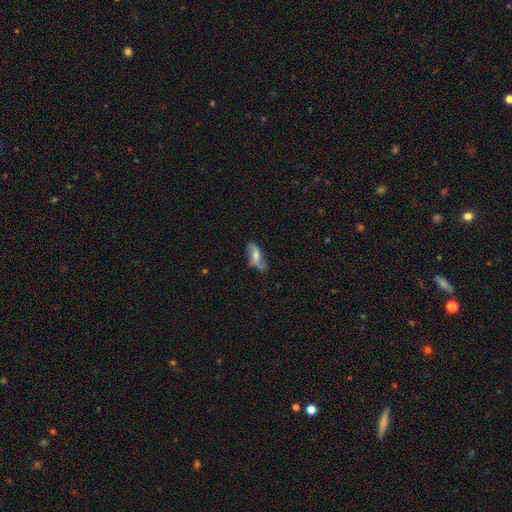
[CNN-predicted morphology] This appears to be a smooth galaxy with no disk features (46%, tied with featured or disk). Merging: none (53%).